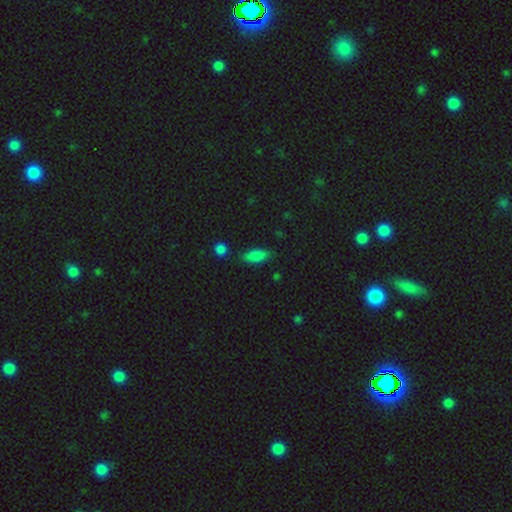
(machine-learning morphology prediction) Smooth or featured?
  - smooth: 82% *
  - star or artifact: 10%
  - featured or disk: 9%
How rounded?
  - in between: 80% *
  - cigar-shaped: 16%
  - round: 3%
Merging?
  - none: 78% *
  - minor disturbance: 15%
  - merger: 4%
  - major disturbance: 4%